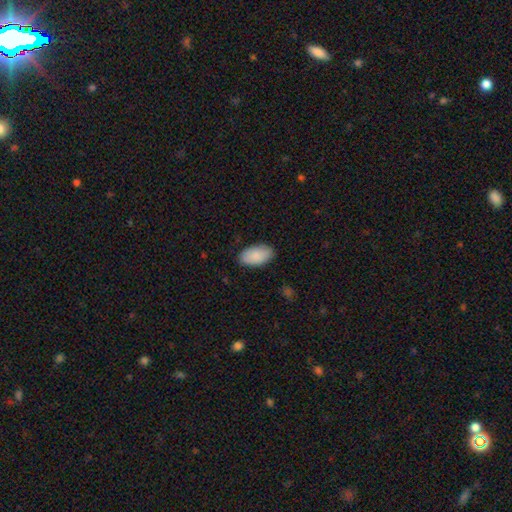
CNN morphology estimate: This is clearly a smooth galaxy (89%). How rounded: clearly in between (95%). Merging: clearly none (86%).